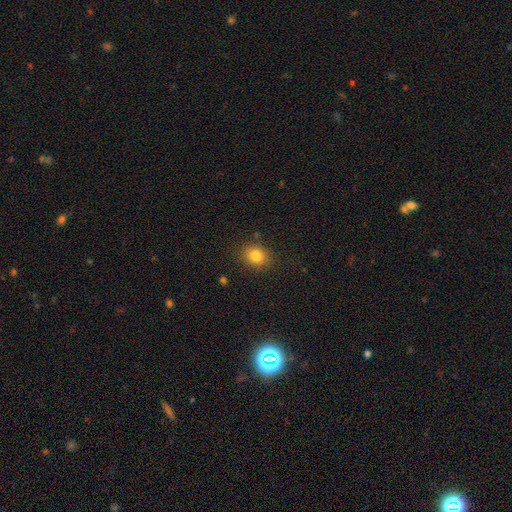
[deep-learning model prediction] The model was most divided on "how rounded": round: 67%, in between: 32%, cigar-shaped: 1%. More confident: merging — none (87%); smooth or featured — smooth (81%).